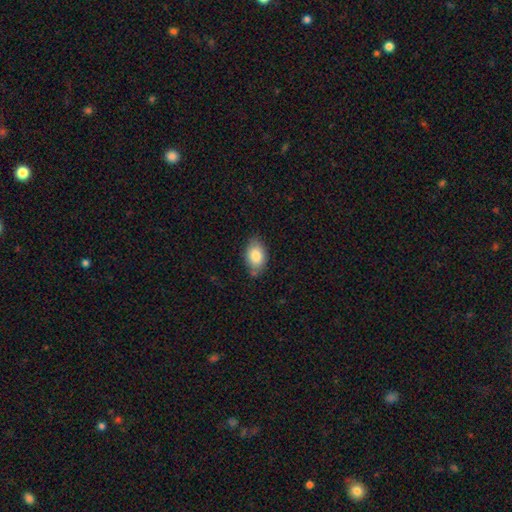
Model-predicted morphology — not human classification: A smooth galaxy with no disk features (84%) that is in between round and cigar-shaped (89%). Merging: none (73%).